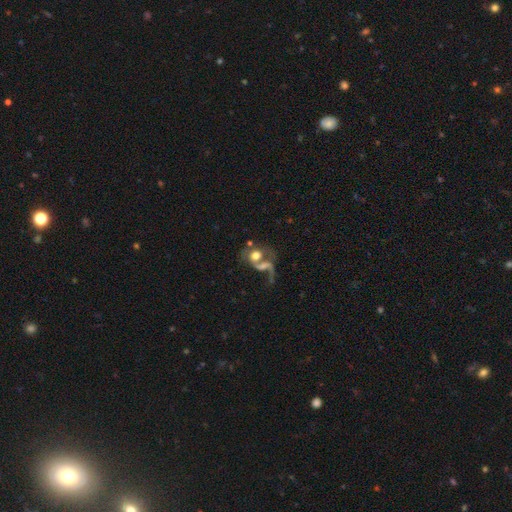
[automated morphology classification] Smooth or featured?
  - featured or disk: 55% *
  - smooth: 35%
  - star or artifact: 10%
Edge-on disk?
  - no: 96% *
  - yes: 4%
Bar?
  - no: 65% *
  - weak: 25%
  - strong: 9%
Spiral arms?
  - yes: 65% *
  - no: 35%
Bulge size?
  - moderate: 39% *
  - large: 30%
  - small: 14%
  - none: 11%
  - dominant: 7%
Merging?
  - merger: 50% *
  - major disturbance: 25%
  - none: 18%
  - minor disturbance: 8%